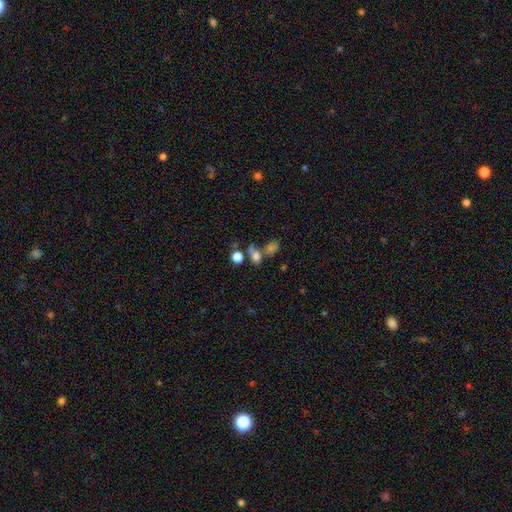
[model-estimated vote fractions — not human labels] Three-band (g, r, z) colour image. It shows a smooth galaxy with no disk features (71%) that is in between round and cigar-shaped (53%). Merging: none (40%, tied with merger).